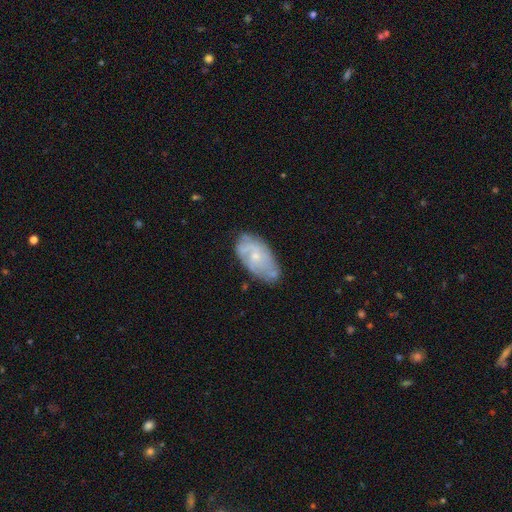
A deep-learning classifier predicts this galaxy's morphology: Smooth or featured?
  - featured or disk: 58% *
  - smooth: 35%
  - star or artifact: 7%
Edge-on disk?
  - no: 94% *
  - yes: 6%
Bar?
  - no: 77% *
  - weak: 20%
  - strong: 3%
Spiral arms?
  - yes: 63% *
  - no: 37%
Bulge size?
  - small: 68% *
  - moderate: 26%
  - none: 4%
  - large: 1%
  - dominant: 1%
Merging?
  - none: 59% *
  - minor disturbance: 28%
  - major disturbance: 8%
  - merger: 4%